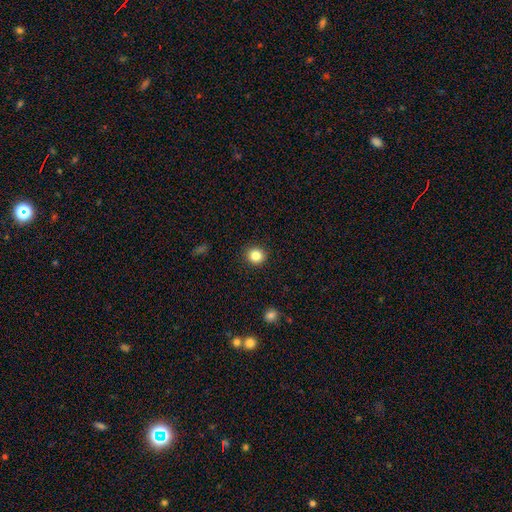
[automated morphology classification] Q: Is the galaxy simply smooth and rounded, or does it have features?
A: smooth — 85%.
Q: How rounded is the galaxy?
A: round — 89%.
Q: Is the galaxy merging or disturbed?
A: none — 92%.